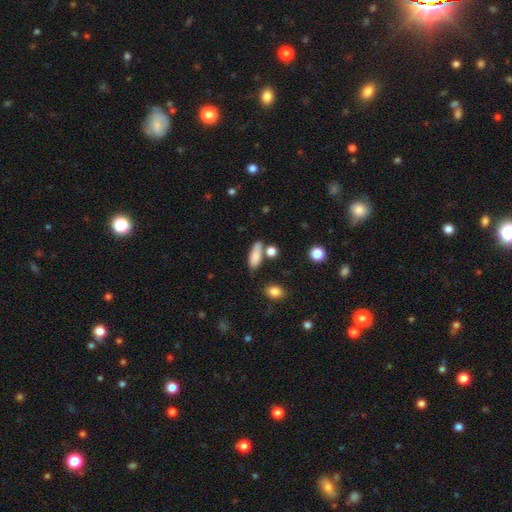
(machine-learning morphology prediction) A smooth galaxy with no disk features (83%) that is in between round and cigar-shaped (64%). Merging: none (61%).